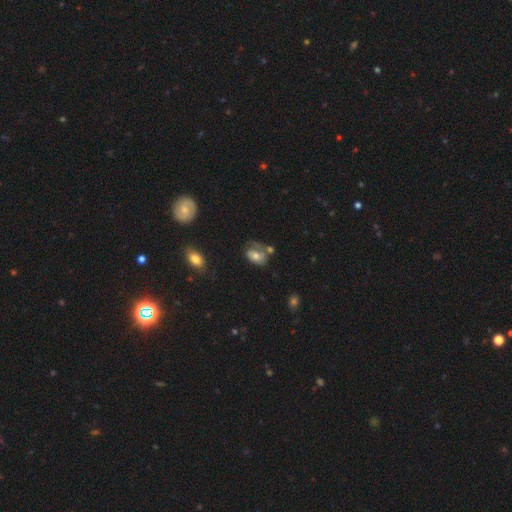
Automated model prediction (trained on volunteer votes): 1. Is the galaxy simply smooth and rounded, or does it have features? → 51% smooth, 40% featured or disk, 9% star or artifact.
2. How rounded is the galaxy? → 80% in between, 18% round, 2% cigar-shaped.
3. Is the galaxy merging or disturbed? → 36% none, 25% minor disturbance, 23% major disturbance, 16% merger.